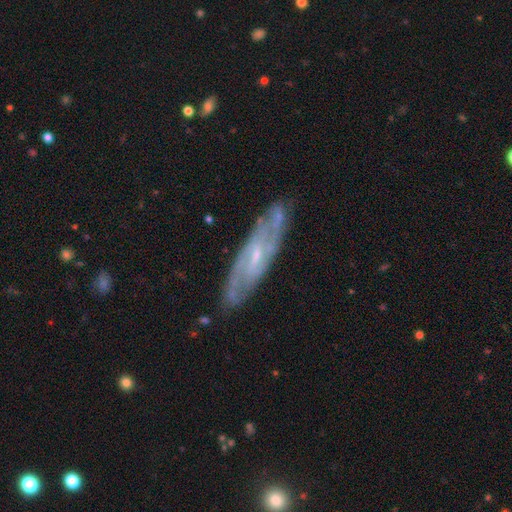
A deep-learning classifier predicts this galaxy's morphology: smooth-or-featured: featured or disk: 81% | smooth: 13% | star or artifact: 6%
  disk-edge-on: no: 76% | yes: 24%
    bar: weak: 52% | no: 27% | strong: 20%
    has-spiral-arms: yes: 92% | no: 8%
      spiral-winding: medium: 43% | tight: 42% | loose: 15%
      spiral-arm-count: 2: 51% | can't tell: 31% | 3: 9% | 4: 4% | 1: 3% | more than 4: 3%
    bulge-size: small: 69% | moderate: 22% | none: 7% | large: 1% | dominant: 1%
  merging: none: 80% | minor disturbance: 15% | major disturbance: 4% | merger: 2%